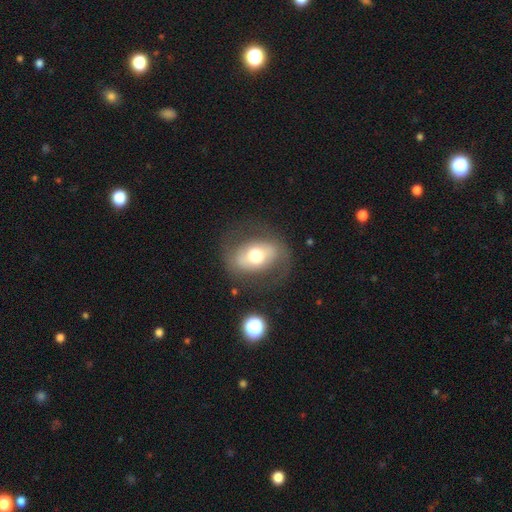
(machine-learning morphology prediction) featured or disk 51%, smooth 41%, star or artifact 8%. Down the decision tree: edge-on disk — no (93%); merging — none (70%).